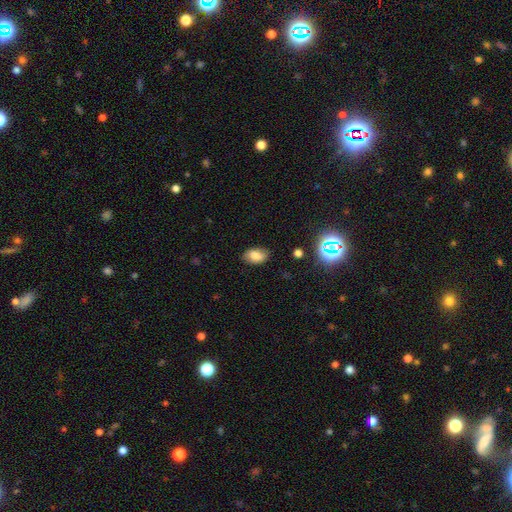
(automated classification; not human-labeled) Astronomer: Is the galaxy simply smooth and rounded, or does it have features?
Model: smooth — 79%.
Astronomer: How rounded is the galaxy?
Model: in between — 89%.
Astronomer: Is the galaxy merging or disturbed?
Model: none — 82%.